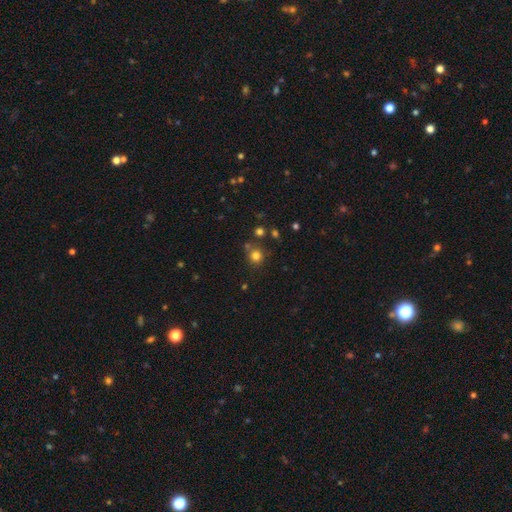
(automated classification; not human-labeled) Overall: smooth (78%). How rounded: round (91%). Merging: none (76%).